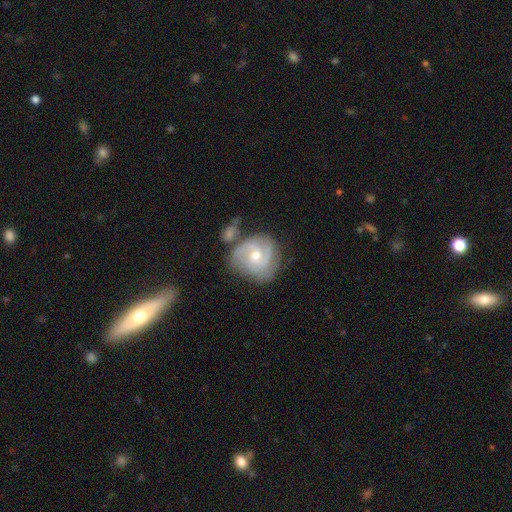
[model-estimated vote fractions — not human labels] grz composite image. It shows a featured or disk galaxy (79%) with no bar (64%), 2 (39%) tight (53%) spiral arms (94%) and a moderate central bulge (63%). Merging: none (52%).